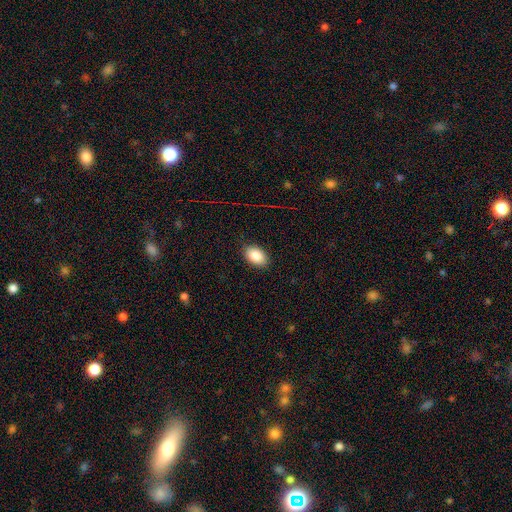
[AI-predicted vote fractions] Overall: smooth (87%). How rounded: in between (90%). Merging: none (88%).